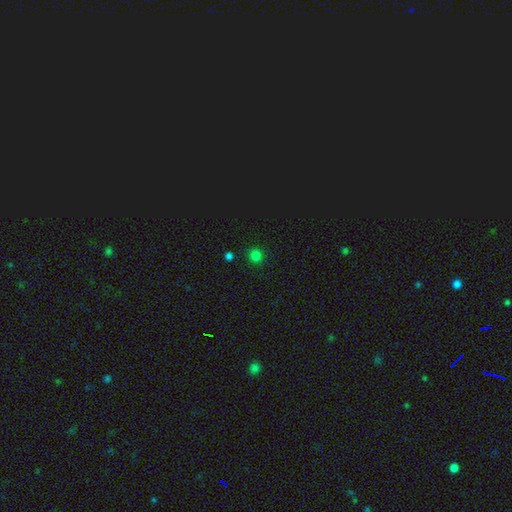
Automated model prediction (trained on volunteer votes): Overall: smooth (75%). How rounded: round (90%). Merging: none (87%).